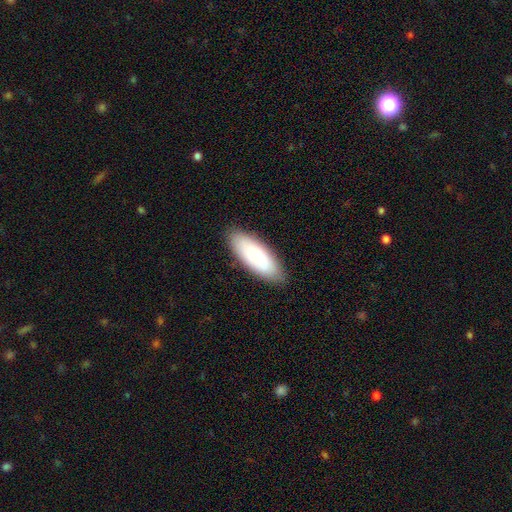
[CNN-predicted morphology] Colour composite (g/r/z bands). It shows a smooth galaxy with no disk features (71%) that is in between round and cigar-shaped (73%). Merging: none (87%).